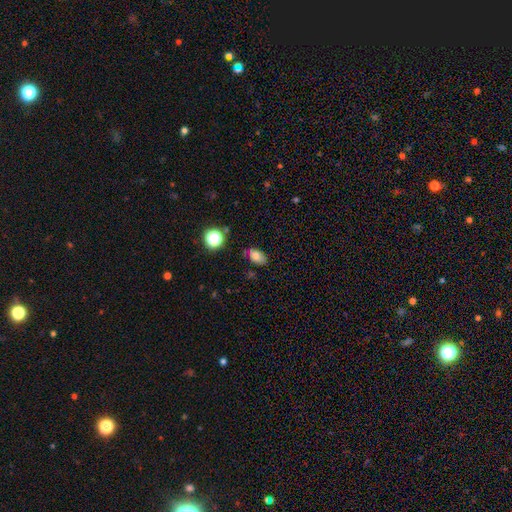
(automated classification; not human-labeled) Smooth or featured? smooth (74%)
How rounded? in between (88%)
Merging? none (73%)